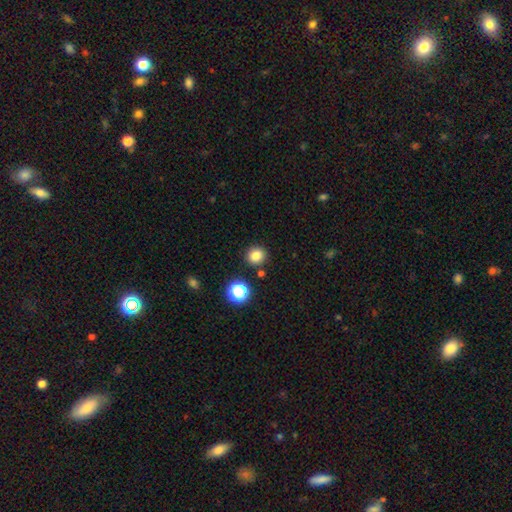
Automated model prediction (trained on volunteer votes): Q: Smooth or featured?
A: smooth (81%); runner-up: star or artifact (13%)
Q: How rounded?
A: round (89%); runner-up: in between (10%)
Q: Merging?
A: none (87%); runner-up: minor disturbance (7%)